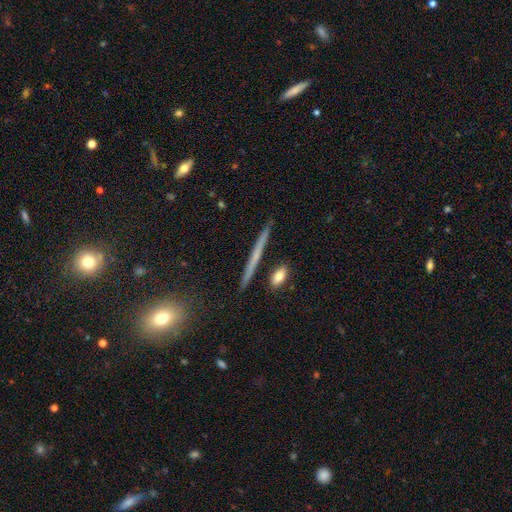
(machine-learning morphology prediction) This appears to be a featured or disk galaxy (52%) viewed edge-on (97%) with no central bulge (81%). Merging: none (90%).